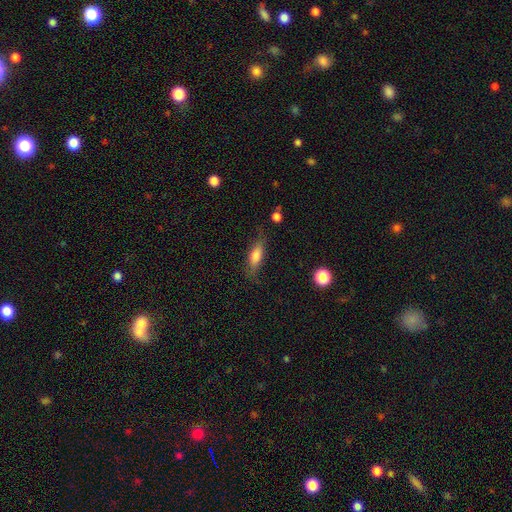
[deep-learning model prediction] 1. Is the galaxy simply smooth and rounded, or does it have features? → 69% smooth, 23% featured or disk, 8% star or artifact.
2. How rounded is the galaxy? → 58% in between, 38% cigar-shaped, 4% round.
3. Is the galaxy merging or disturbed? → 71% none, 20% minor disturbance, 7% major disturbance, 2% merger.